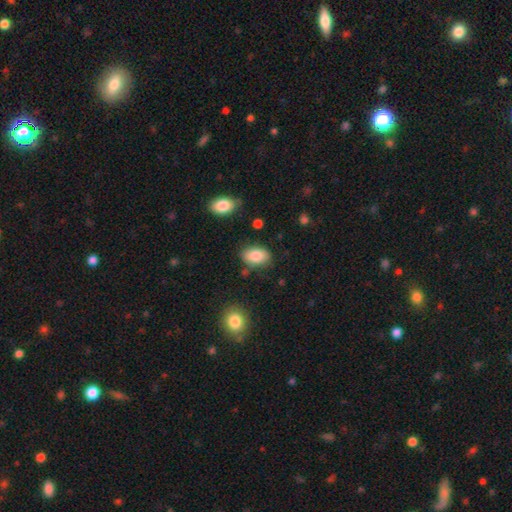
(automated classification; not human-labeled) Q: Smooth or featured?
A: smooth (85%); runner-up: featured or disk (8%)
Q: How rounded?
A: in between (89%); runner-up: round (10%)
Q: Merging?
A: none (78%); runner-up: minor disturbance (15%)